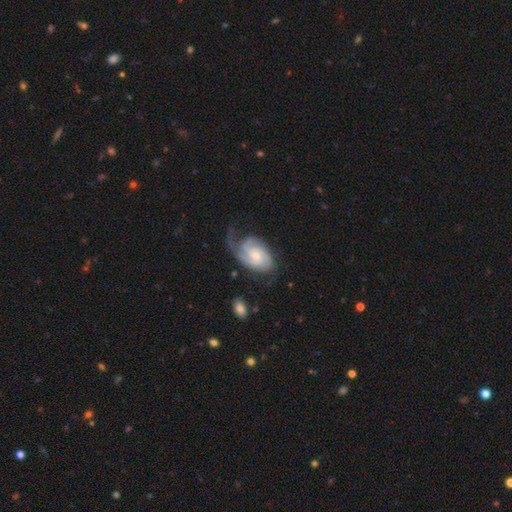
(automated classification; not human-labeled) Morphology: type=featured or disk (87%); edge-on=no (97%); bar=no (57%); spiral arms=yes (97%); winding=tight (54%); arm count=2 (38%); bulge=small (60%); merging=none (50%).